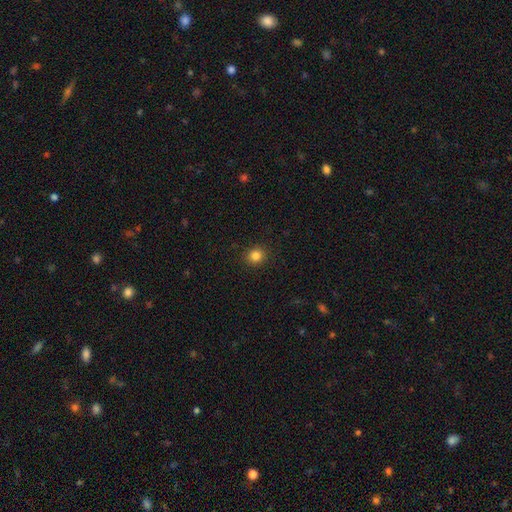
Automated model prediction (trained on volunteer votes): Smooth or featured? Predicted: smooth (p=0.83). How rounded? Predicted: round (p=0.82). Merging? Predicted: none (p=0.91).